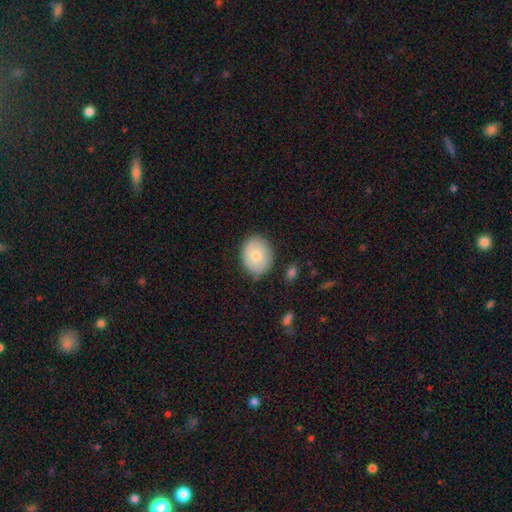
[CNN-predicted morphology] smooth_or_featured: smooth (p=0.73) [alt: featured or disk p=0.21]
how_rounded: round (p=0.54) [alt: in between p=0.45]
merging: none (p=0.79) [alt: minor disturbance p=0.15]